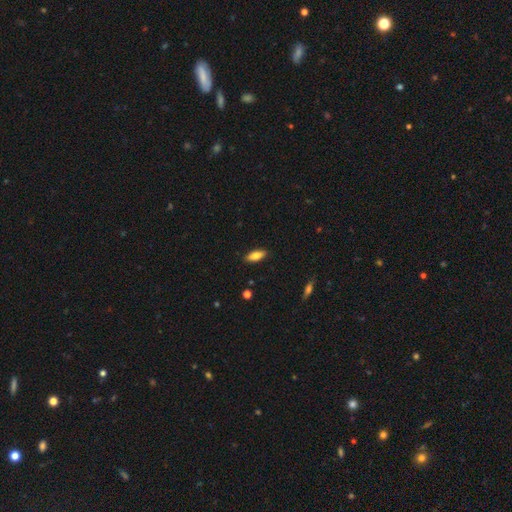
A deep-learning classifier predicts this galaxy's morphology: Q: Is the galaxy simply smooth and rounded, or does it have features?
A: smooth — 79%.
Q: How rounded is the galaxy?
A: in between — 75%.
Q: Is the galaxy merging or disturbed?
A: none — 88%.